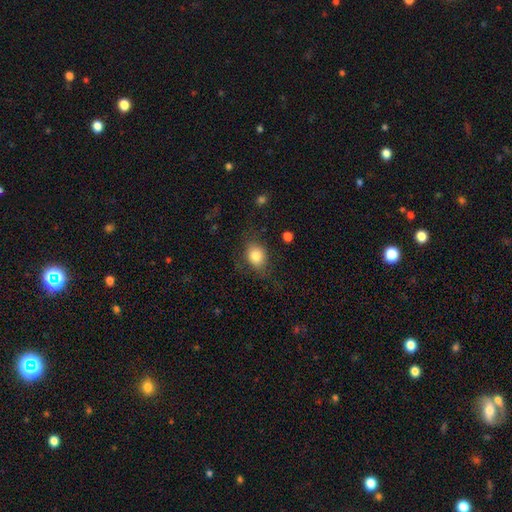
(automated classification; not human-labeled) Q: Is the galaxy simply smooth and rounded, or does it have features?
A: smooth — 81%.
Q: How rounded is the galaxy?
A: in between — 53%.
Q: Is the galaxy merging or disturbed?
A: none — 69%.